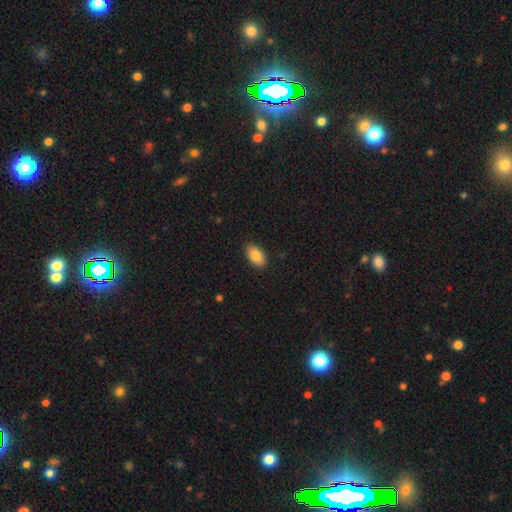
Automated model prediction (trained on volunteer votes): A smooth galaxy with no disk features (86%) that is in between round and cigar-shaped (93%). Merging: none (89%).